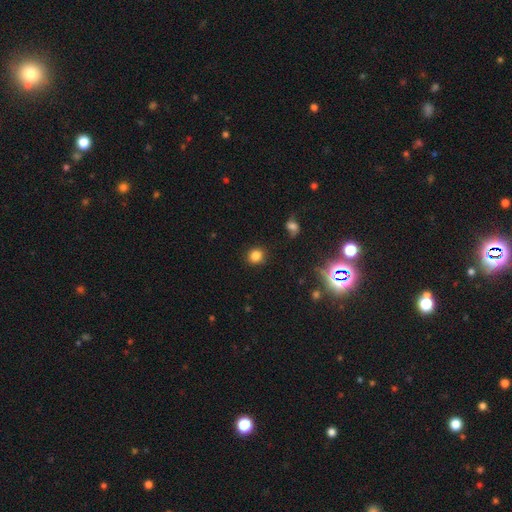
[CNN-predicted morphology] This appears to be a smooth galaxy with no disk features (82%) that is round (84%). Merging: none (86%).